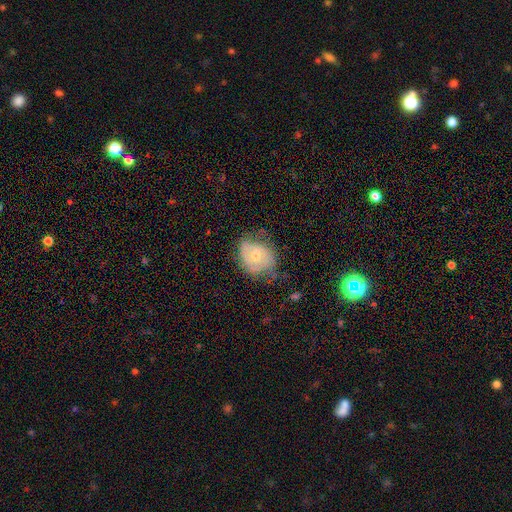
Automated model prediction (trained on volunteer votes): Smooth or featured?
  - featured or disk: 50% *
  - smooth: 43%
  - star or artifact: 7%
Merging?
  - none: 47% *
  - minor disturbance: 35%
  - major disturbance: 16%
  - merger: 2%